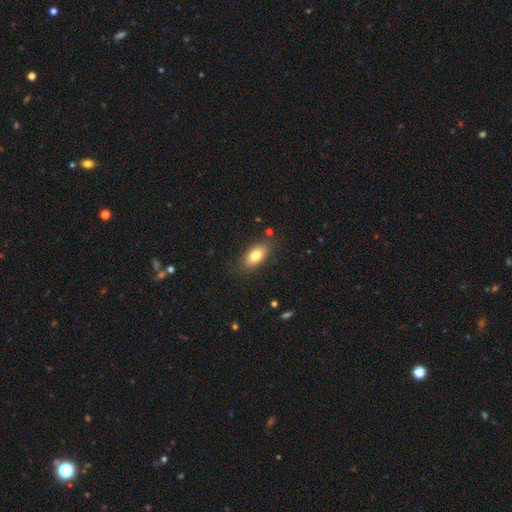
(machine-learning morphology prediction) A smooth galaxy with no disk features (79%) that is in between round and cigar-shaped (89%). Merging: none (82%).